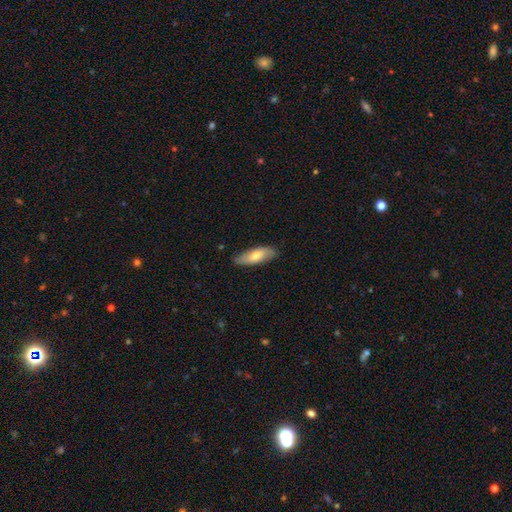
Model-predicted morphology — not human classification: A smooth galaxy with no disk features (68%) that is in between round and cigar-shaped (62%). Merging: none (82%).